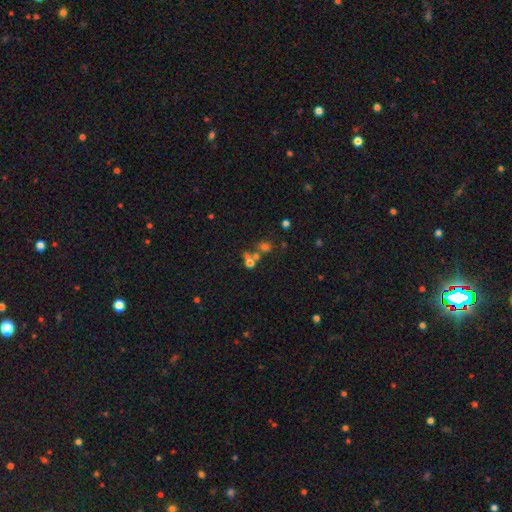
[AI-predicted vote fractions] This appears to be a smooth galaxy with no disk features (47%). Merging: none (46%).